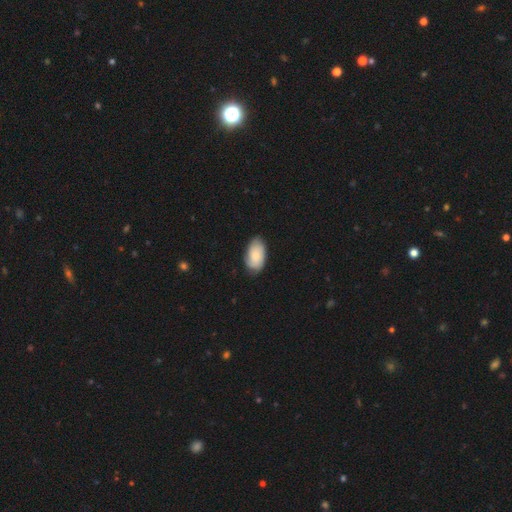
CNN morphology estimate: smooth 75%, featured or disk 19%, star or artifact 6%. Down the decision tree: how rounded — in between (94%); merging — none (75%).